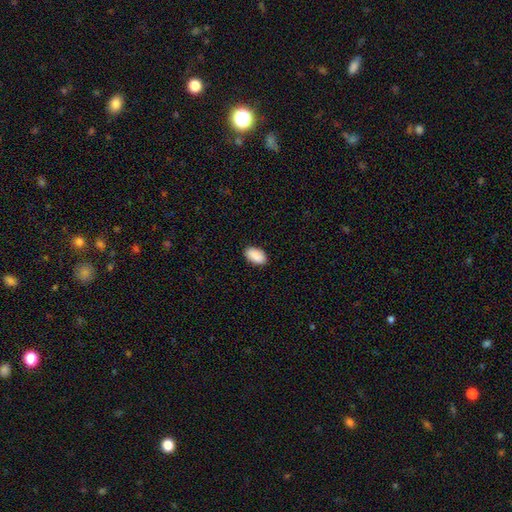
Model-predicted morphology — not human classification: Smooth or featured? smooth (91%)
How rounded? in between (95%)
Merging? none (89%)